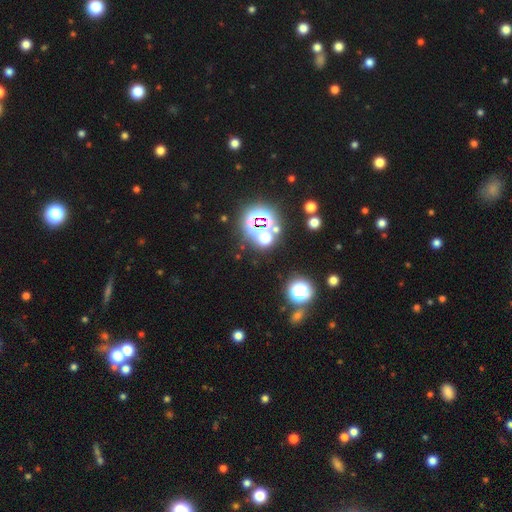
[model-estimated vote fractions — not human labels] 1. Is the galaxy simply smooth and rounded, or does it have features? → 74% star or artifact, 18% smooth, 8% featured or disk.